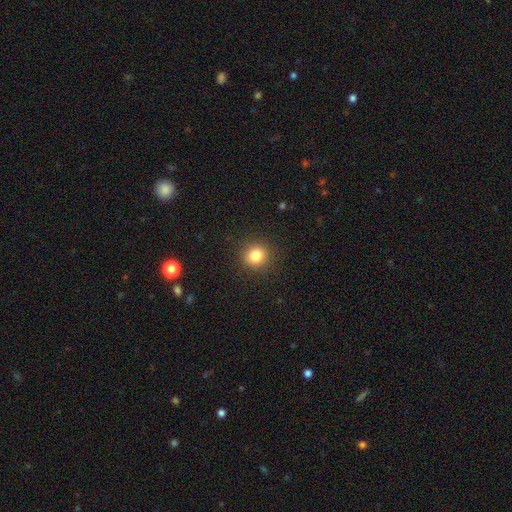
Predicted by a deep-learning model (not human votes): Q: Smooth or featured?
A: smooth (81%); runner-up: star or artifact (12%)
Q: How rounded?
A: round (88%); runner-up: in between (11%)
Q: Merging?
A: none (90%); runner-up: minor disturbance (7%)